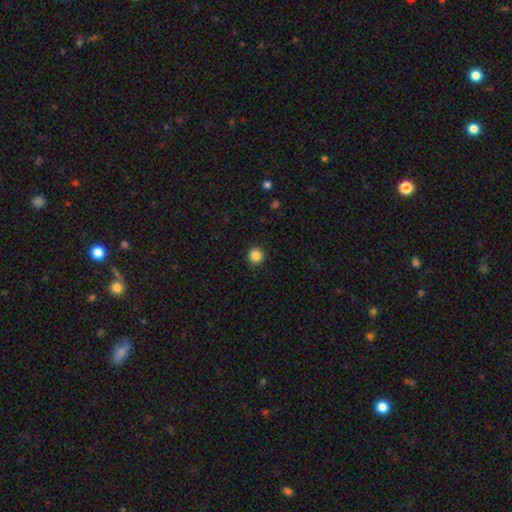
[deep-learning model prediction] Smooth or featured: smooth — 86% (star or artifact — 11%)
How rounded: round — 95% (in between — 4%)
Merging: none — 93% (minor disturbance — 4%)